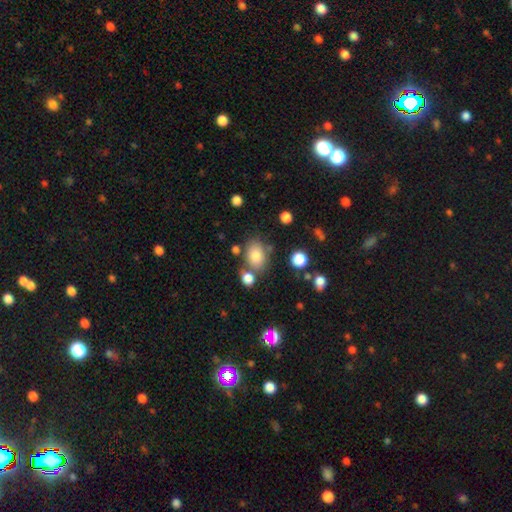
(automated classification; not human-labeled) Overall: smooth (81%). How rounded: in between (73%). Merging: none (66%).